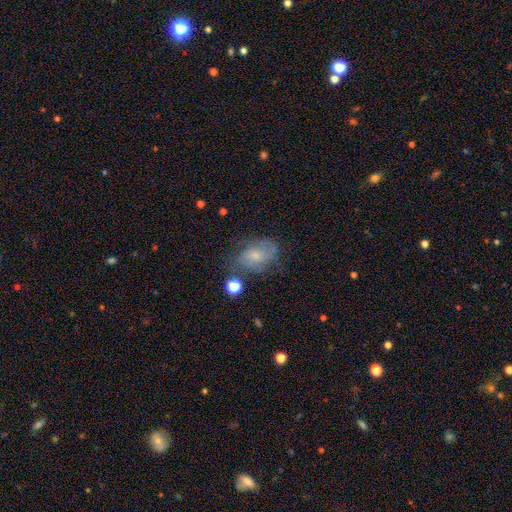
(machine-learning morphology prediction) Smooth or featured? Predicted: featured or disk (p=0.47). Merging? Predicted: none (p=0.53).